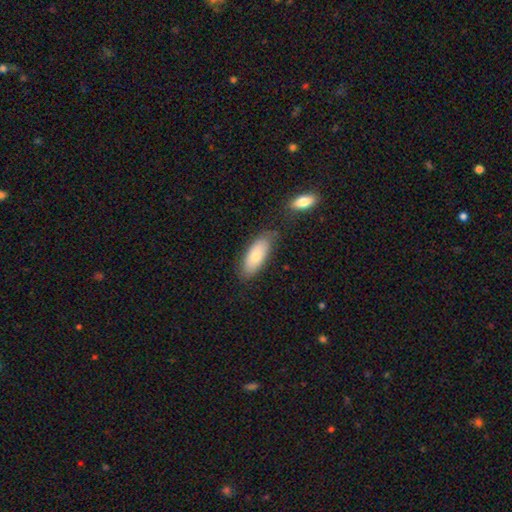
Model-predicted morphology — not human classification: A smooth galaxy with no disk features (74%) that is in between round and cigar-shaped (82%).

Vote fractions:
- Smooth or featured? smooth: 74% / featured or disk: 20% / star or artifact: 6%
- How rounded? in between: 82% / cigar-shaped: 16% / round: 2%
- Merging? none: 76% / minor disturbance: 17% / major disturbance: 4% / merger: 4%